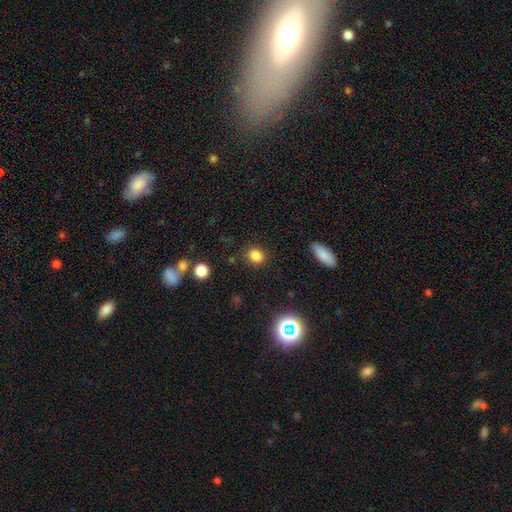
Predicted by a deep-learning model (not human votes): This is clearly a smooth galaxy (83%). How rounded: likely round (77%). Merging: clearly none (87%).